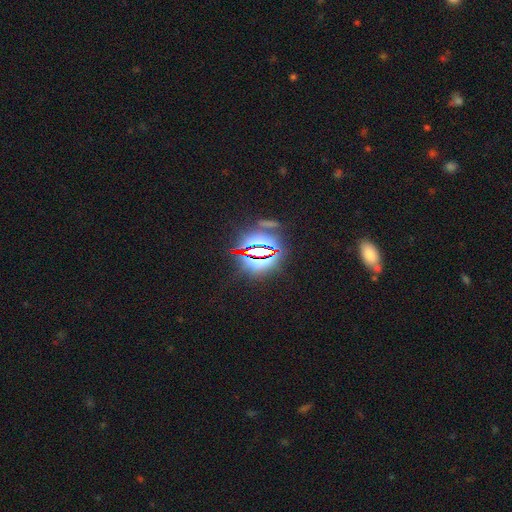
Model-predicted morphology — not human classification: type=star or artifact (80%).